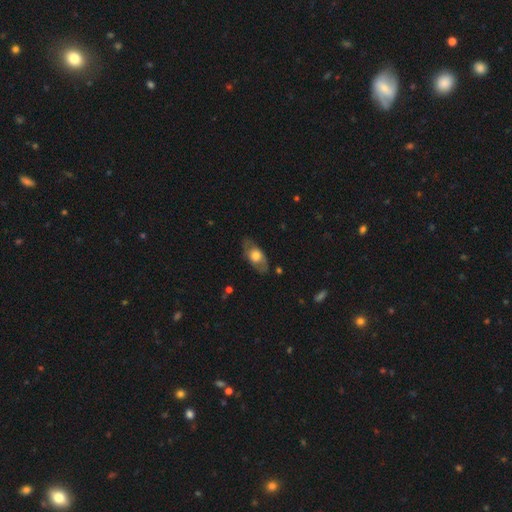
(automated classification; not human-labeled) This is possibly a smooth galaxy (50%). Merging: likely none (74%).